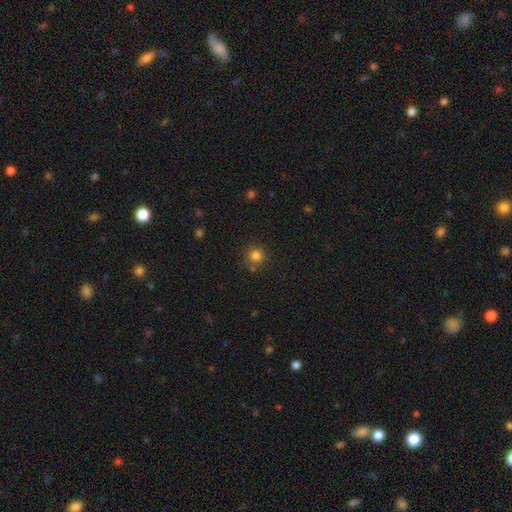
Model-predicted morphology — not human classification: Smooth or featured?
  - smooth: 81% *
  - star or artifact: 13%
  - featured or disk: 5%
How rounded?
  - round: 93% *
  - in between: 6%
  - cigar-shaped: 1%
Merging?
  - none: 79% *
  - minor disturbance: 12%
  - merger: 6%
  - major disturbance: 3%